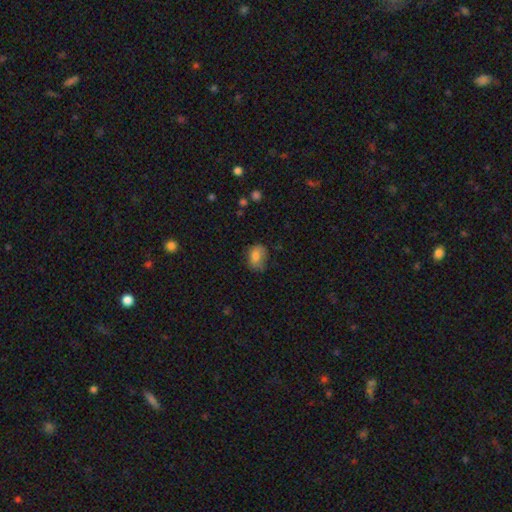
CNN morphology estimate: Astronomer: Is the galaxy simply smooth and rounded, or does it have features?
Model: smooth — 78%.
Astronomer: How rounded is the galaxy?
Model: in between — 70%.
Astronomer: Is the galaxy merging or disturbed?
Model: none — 54% (runner-up: minor disturbance, 32%).